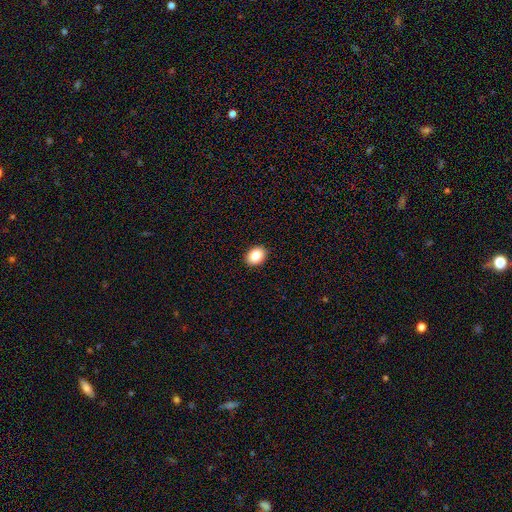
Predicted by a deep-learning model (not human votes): Smooth or featured: smooth — 87% (star or artifact — 8%)
How rounded: in between — 65% (round — 34%)
Merging: none — 91% (minor disturbance — 7%)